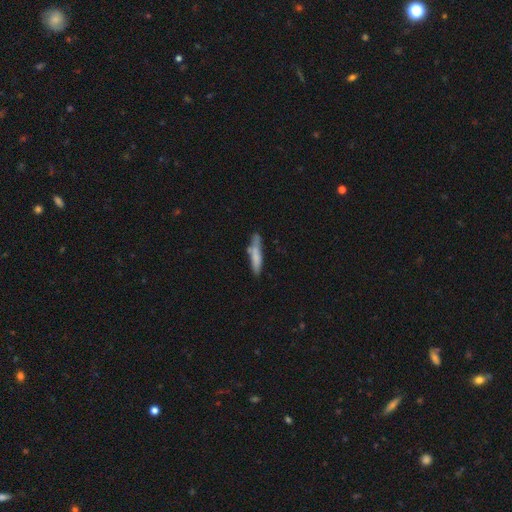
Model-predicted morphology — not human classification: smooth-or-featured: smooth: 70% | featured or disk: 23% | star or artifact: 7%
  how-rounded: cigar-shaped: 84% | in between: 14% | round: 2%
  merging: none: 62% | minor disturbance: 22% | merger: 10% | major disturbance: 6%